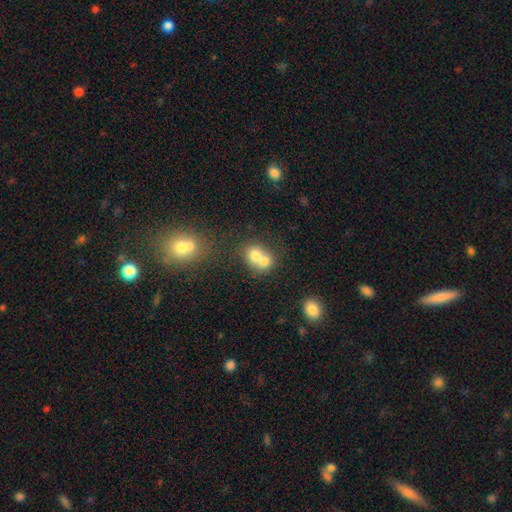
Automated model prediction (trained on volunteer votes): This appears to be a smooth galaxy with no disk features (70%) that is round (67%). Merging: merger (67%).